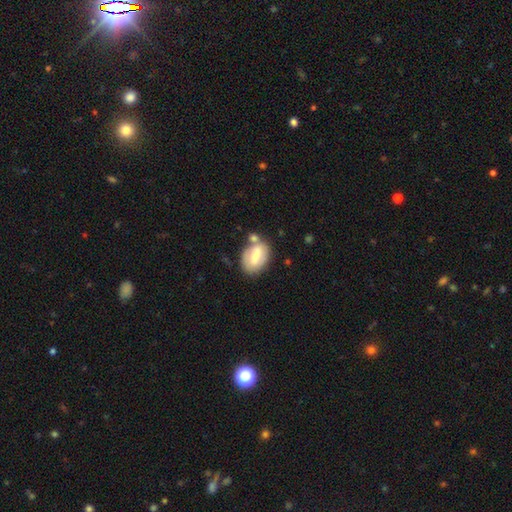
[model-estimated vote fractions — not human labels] This is possibly a smooth galaxy (58%). How rounded: clearly in between (84%). Merging: possibly none (53%).